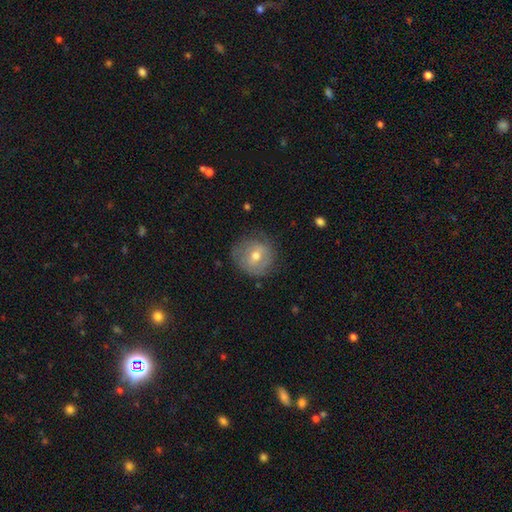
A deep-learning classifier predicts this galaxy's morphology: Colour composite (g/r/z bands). It shows a smooth galaxy with no disk features (47%). Merging: none (71%).